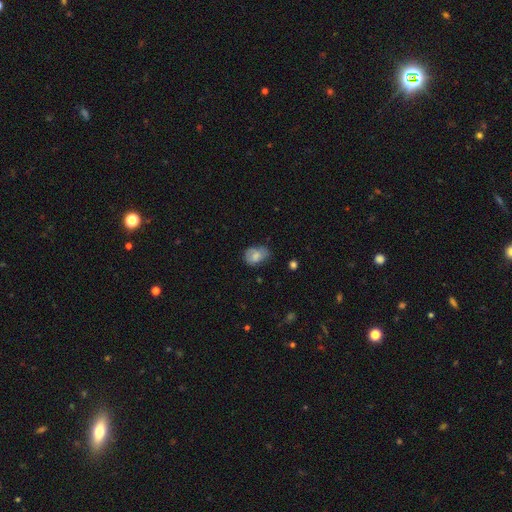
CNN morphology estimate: The model was most divided on "merging": none: 53%, minor disturbance: 33%, major disturbance: 12%, merger: 2%. More confident: smooth or featured — smooth (71%); how rounded — in between (69%).